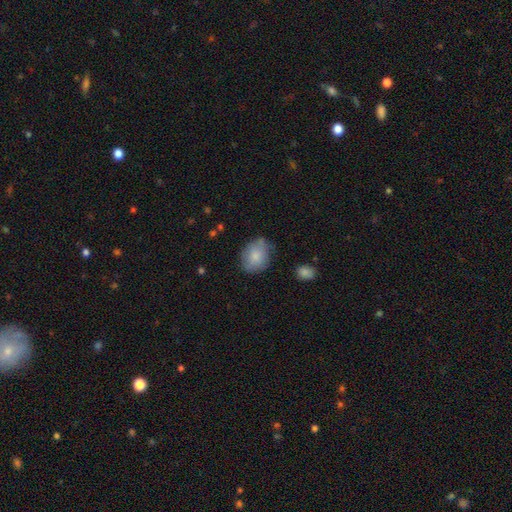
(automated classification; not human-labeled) Overall: smooth (82%). How rounded: in between (53%; round 46%). Merging: none (69%).